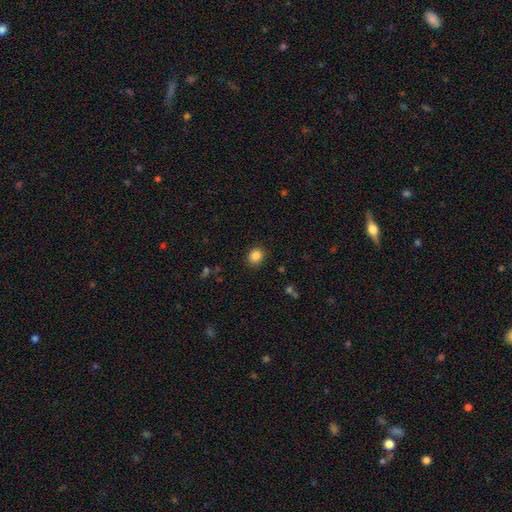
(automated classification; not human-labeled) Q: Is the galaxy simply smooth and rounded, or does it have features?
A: smooth — 86%.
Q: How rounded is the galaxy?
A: round — 63%.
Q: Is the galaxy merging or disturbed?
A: none — 88%.